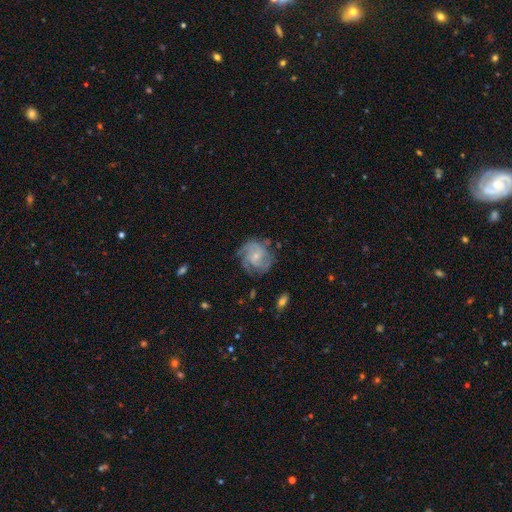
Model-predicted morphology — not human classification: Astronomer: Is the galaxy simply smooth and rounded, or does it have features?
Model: featured or disk — 76%.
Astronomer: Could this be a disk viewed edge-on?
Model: no — 98%.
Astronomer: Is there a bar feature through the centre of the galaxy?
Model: no — 68%.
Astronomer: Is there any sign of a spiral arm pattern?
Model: yes — 91%.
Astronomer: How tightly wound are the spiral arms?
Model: tight — 47% (runner-up: medium, 40%).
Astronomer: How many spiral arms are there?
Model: can't tell — 30% (runner-up: 3, 27%).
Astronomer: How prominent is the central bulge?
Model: small — 75%.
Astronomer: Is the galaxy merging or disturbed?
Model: none — 67%.